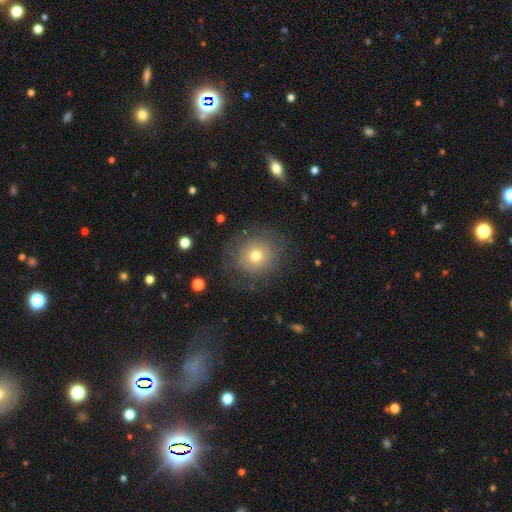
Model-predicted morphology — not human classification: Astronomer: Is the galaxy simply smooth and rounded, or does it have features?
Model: smooth — 65%.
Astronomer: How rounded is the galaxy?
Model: round — 89%.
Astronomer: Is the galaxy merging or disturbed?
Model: none — 76%.